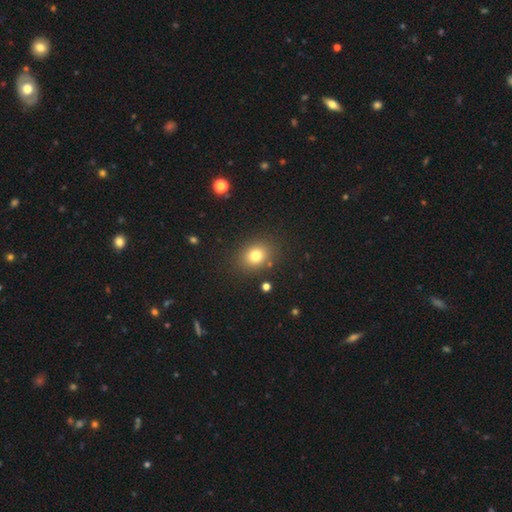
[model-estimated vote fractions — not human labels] smooth-or-featured: smooth: 78% | star or artifact: 14% | featured or disk: 9%
  how-rounded: round: 58% | in between: 41% | cigar-shaped: 1%
  merging: none: 85% | minor disturbance: 9% | major disturbance: 3% | merger: 3%